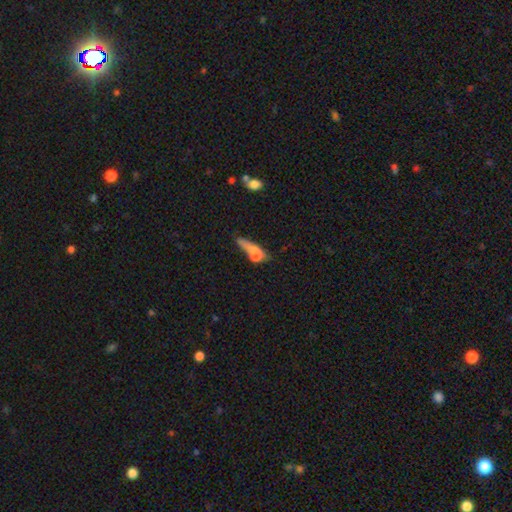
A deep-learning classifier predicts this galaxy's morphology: Smooth or featured? Predicted: smooth (p=0.59). How rounded? Predicted: cigar-shaped (p=0.42). Merging? Predicted: merger (p=0.32).